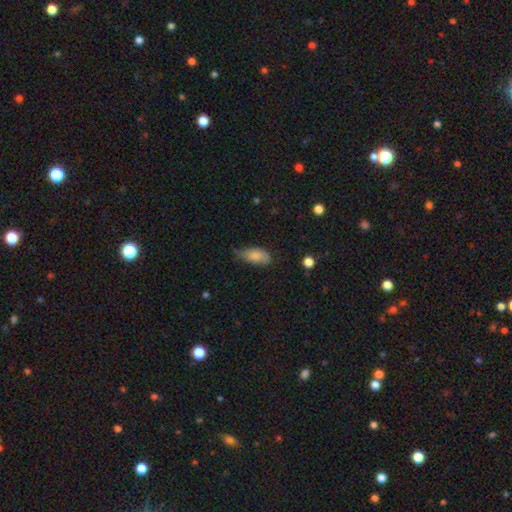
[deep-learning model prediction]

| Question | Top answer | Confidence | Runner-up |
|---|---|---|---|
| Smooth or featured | smooth | 80% | featured or disk (13%) |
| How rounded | in between | 91% | cigar-shaped (6%) |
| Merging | none | 44% | minor disturbance (43%) |